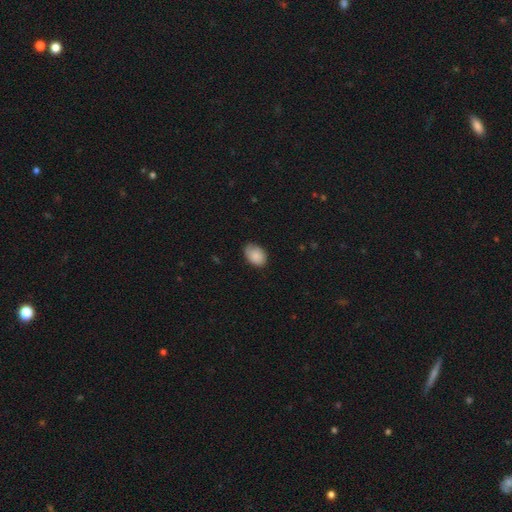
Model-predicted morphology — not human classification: This is clearly a smooth galaxy (86%). How rounded: clearly in between (84%). Merging: likely none (70%).